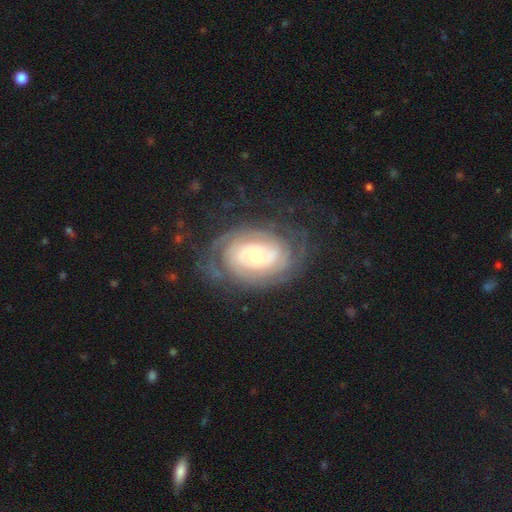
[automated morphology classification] Overall: featured or disk (84%). Edge-on disk: no (96%). Bar: no (69%). Spiral arms: yes (94%). Spiral arm count: can't tell (40%; 2 25%). Spiral winding: tight (77%). Bulge size: moderate (46%, tied with small). Merging: none (73%).